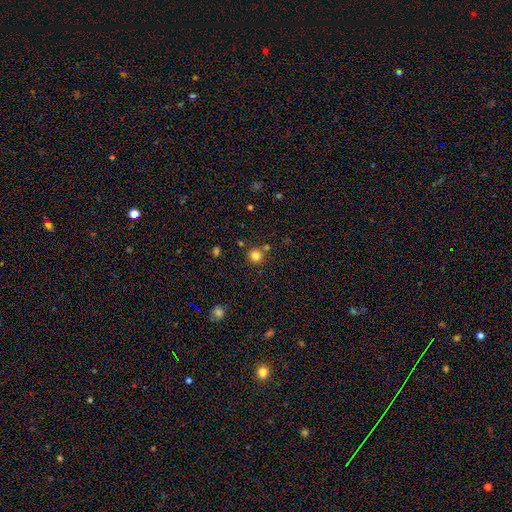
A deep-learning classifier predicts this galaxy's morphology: smooth_or_featured: smooth (p=0.80) [alt: star or artifact p=0.15]
how_rounded: round (p=0.94) [alt: in between p=0.05]
merging: none (p=0.80) [alt: merger p=0.10]